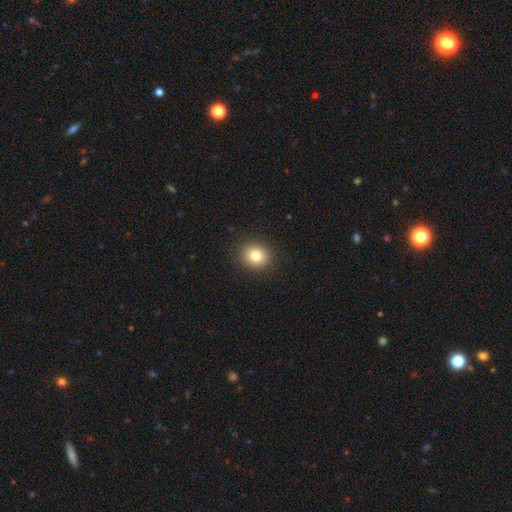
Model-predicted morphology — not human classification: Smooth or featured: smooth — 80% (star or artifact — 11%)
How rounded: round — 81% (in between — 18%)
Merging: none — 90% (minor disturbance — 6%)